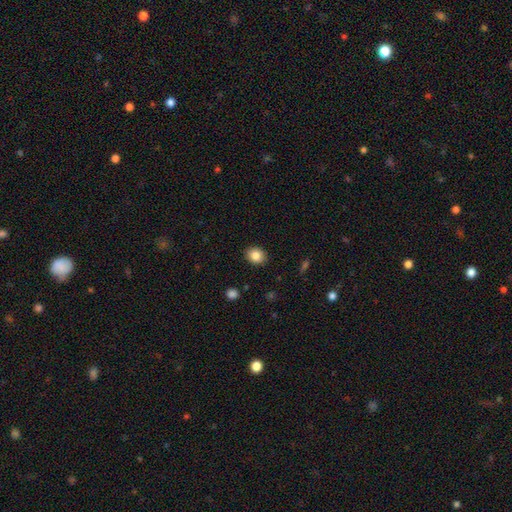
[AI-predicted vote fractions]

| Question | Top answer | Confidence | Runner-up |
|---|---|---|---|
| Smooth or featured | smooth | 85% | star or artifact (9%) |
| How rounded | round | 57% | in between (42%) |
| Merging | none | 90% | minor disturbance (7%) |